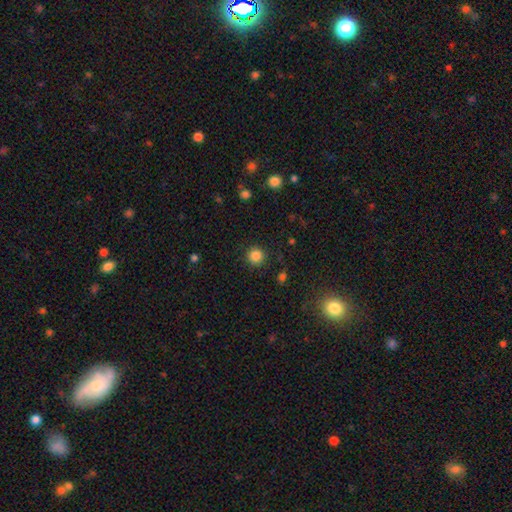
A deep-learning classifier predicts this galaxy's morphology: Smooth or featured? smooth (85%)
How rounded? round (94%)
Merging? none (90%)